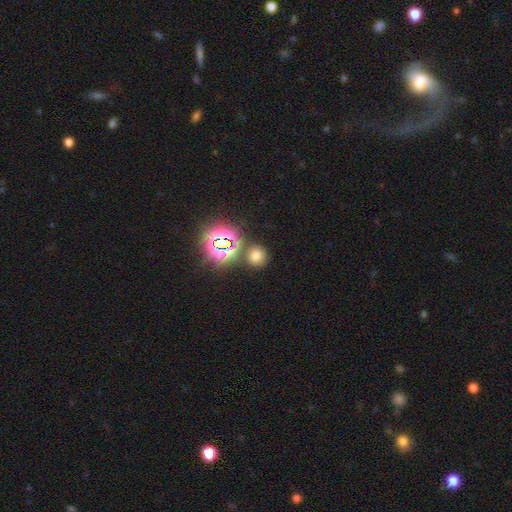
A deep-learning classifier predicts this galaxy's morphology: Smooth or featured? smooth (64%)
How rounded? round (87%)
Merging? none (81%)